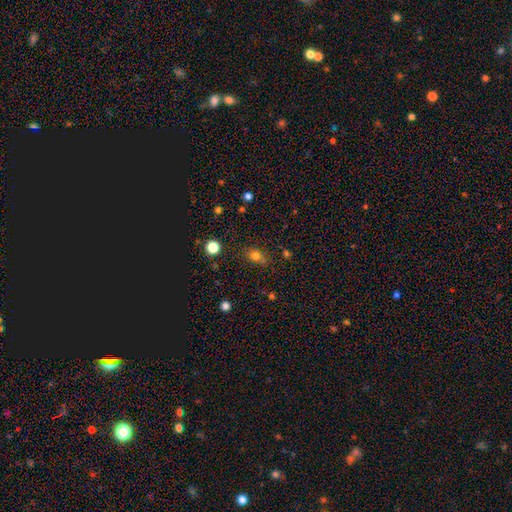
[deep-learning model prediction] A smooth galaxy with no disk features (76%) that is in between round and cigar-shaped (49%).

Vote fractions:
- Smooth or featured? smooth: 76% / star or artifact: 16% / featured or disk: 8%
- How rounded? in between: 49% / round: 48% / cigar-shaped: 2%
- Merging? none: 72% / minor disturbance: 18% / merger: 5% / major disturbance: 5%